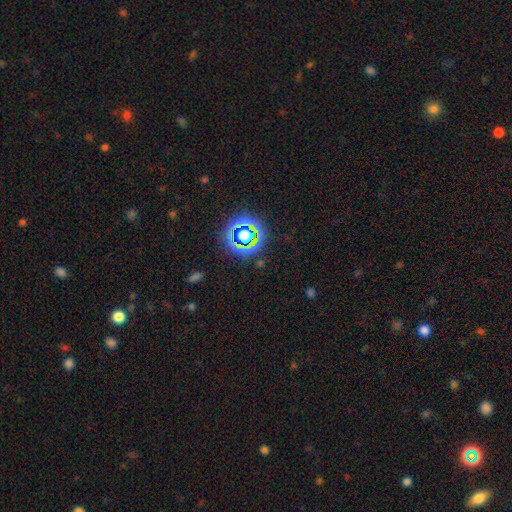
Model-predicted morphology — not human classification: Overall: star or artifact (79%).